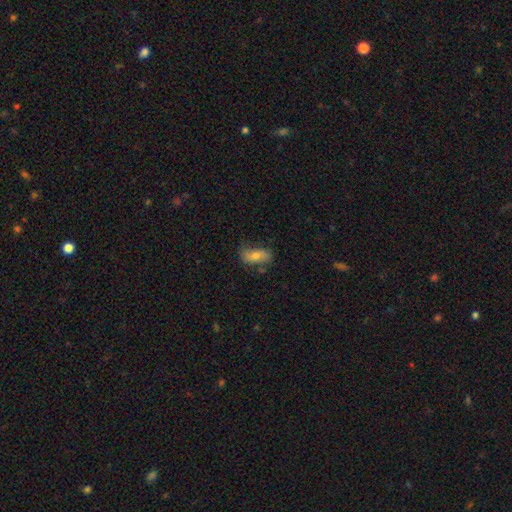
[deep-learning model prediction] A smooth galaxy with no disk features (60%) that is in between round and cigar-shaped (84%). Merging: none (64%).